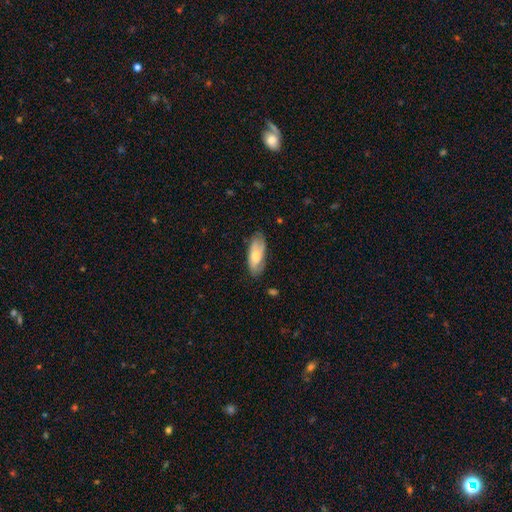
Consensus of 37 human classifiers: smooth-or-featured: smooth: 65% | featured or disk: 32% | star or artifact: 3%
  how-rounded: in between: 79% | cigar-shaped: 21% | round: 0%
  merging: none: 64% | minor disturbance: 19% | major disturbance: 17% | merger: 0%